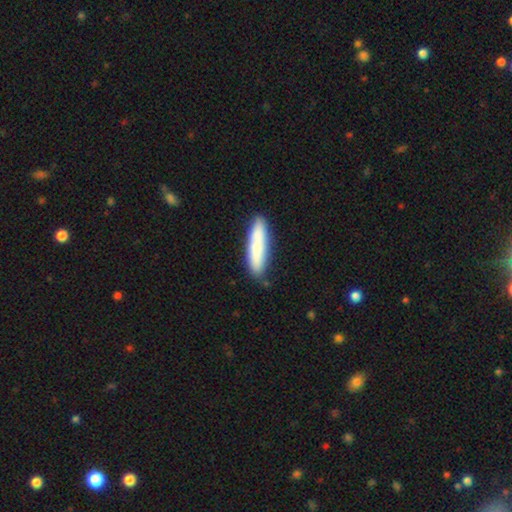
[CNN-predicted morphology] Q: Smooth or featured?
A: smooth (76%); runner-up: featured or disk (18%)
Q: How rounded?
A: cigar-shaped (69%); runner-up: in between (29%)
Q: Merging?
A: none (77%); runner-up: minor disturbance (15%)